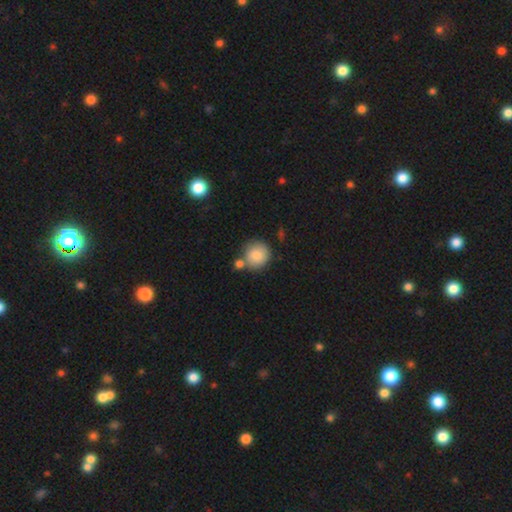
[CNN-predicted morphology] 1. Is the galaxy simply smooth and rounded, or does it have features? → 85% smooth, 8% featured or disk, 7% star or artifact.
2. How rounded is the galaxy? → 90% round, 9% in between, 1% cigar-shaped.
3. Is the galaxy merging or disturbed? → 64% none, 20% merger, 13% minor disturbance, 4% major disturbance.